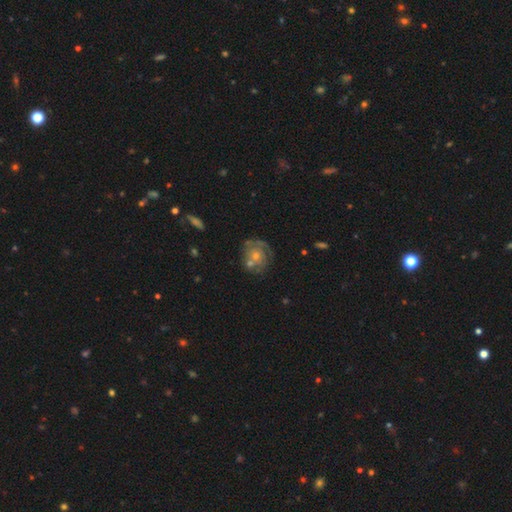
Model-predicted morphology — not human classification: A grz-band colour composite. It shows a featured or disk galaxy (62%) with no bar (81%), spiral arms (70%) and a small central bulge (48%). Merging: none (61%).